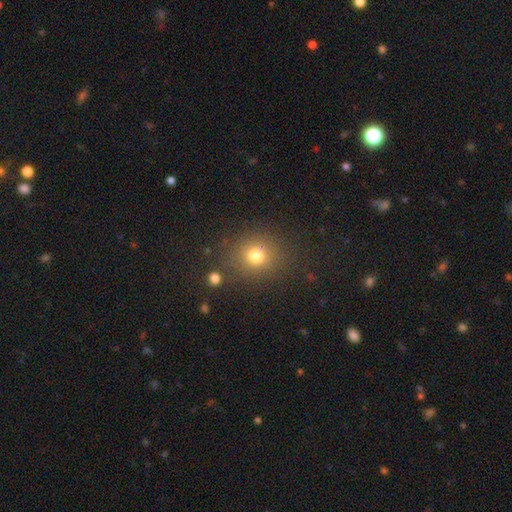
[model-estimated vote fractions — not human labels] This is likely a smooth galaxy (75%). How rounded: clearly round (81%). Merging: clearly none (82%).